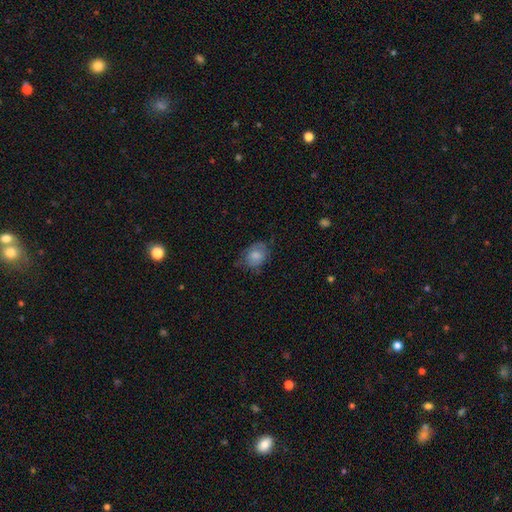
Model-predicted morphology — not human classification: A smooth galaxy with no disk features (72%) that is in between round and cigar-shaped (60%). Merging: none (55%).